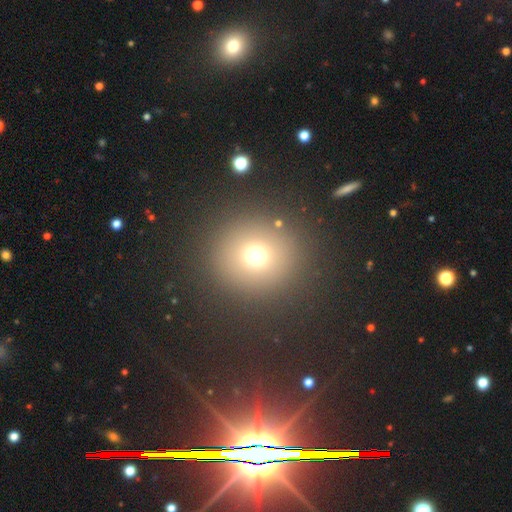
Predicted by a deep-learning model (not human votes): Morphology: type=smooth (70%); roundness=round (93%); merging=none (88%).